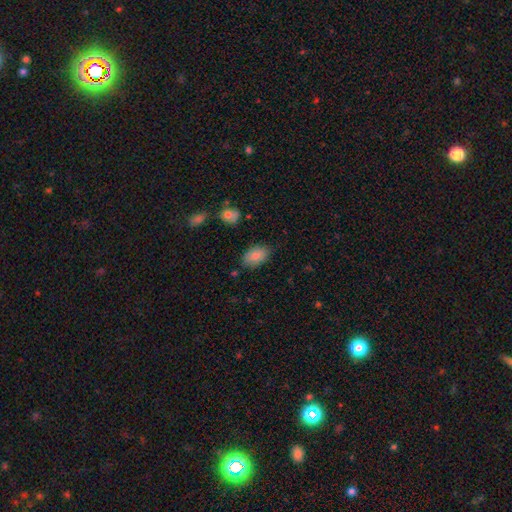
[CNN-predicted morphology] This appears to be a smooth galaxy with no disk features (84%) that is in between round and cigar-shaped (90%). Merging: none (80%).